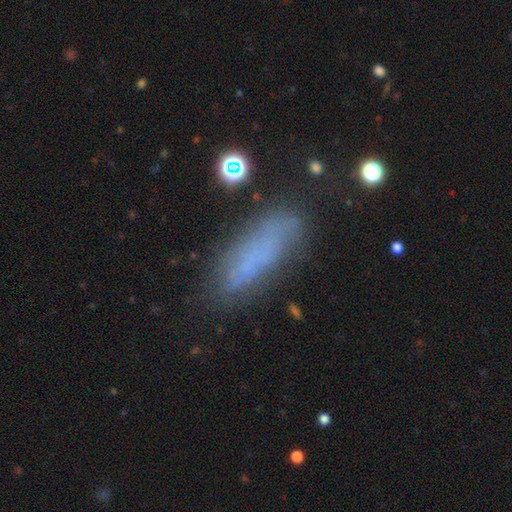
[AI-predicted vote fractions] Smooth or featured? smooth (60%)
How rounded? cigar-shaped (54%)
Merging? none (64%)